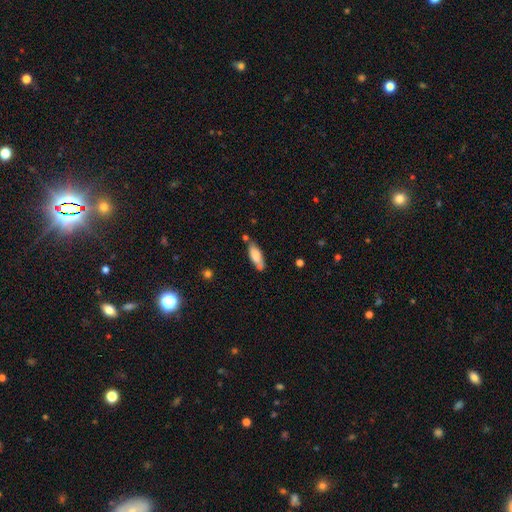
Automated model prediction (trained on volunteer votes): Smooth or featured? smooth (77%)
How rounded? in between (60%)
Merging? none (64%)